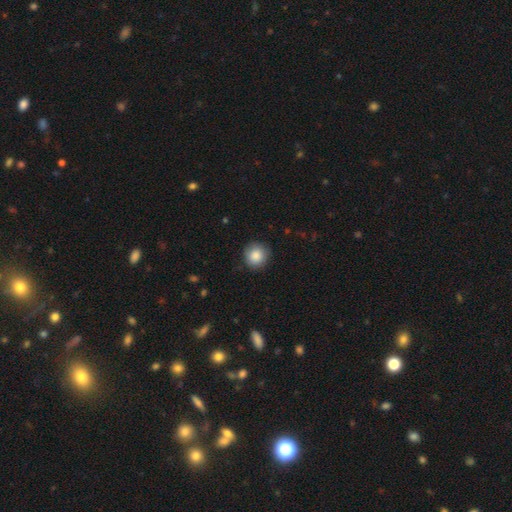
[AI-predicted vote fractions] smooth 87%, star or artifact 8%, featured or disk 5%. Down the decision tree: how rounded — round (92%); merging — none (87%).